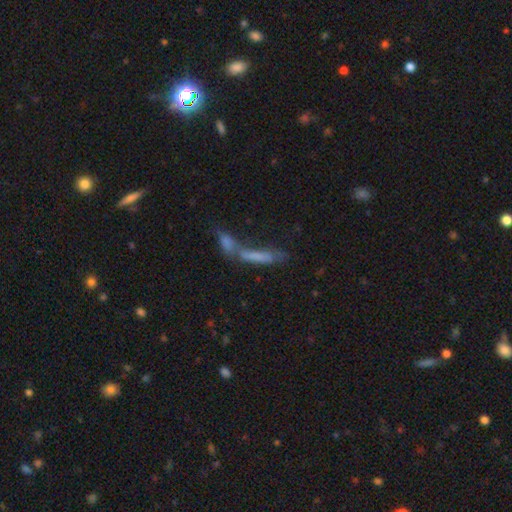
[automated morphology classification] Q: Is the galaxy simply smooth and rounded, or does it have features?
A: smooth — 55%.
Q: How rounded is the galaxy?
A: cigar-shaped — 75%.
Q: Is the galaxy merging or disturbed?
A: merger — 63%.